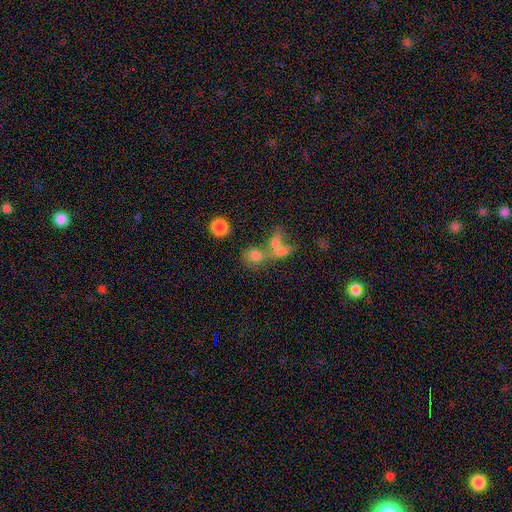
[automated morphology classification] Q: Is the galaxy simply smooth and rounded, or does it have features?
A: smooth — 66%.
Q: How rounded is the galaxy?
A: round — 55%.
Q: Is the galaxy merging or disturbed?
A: merger — 54%.